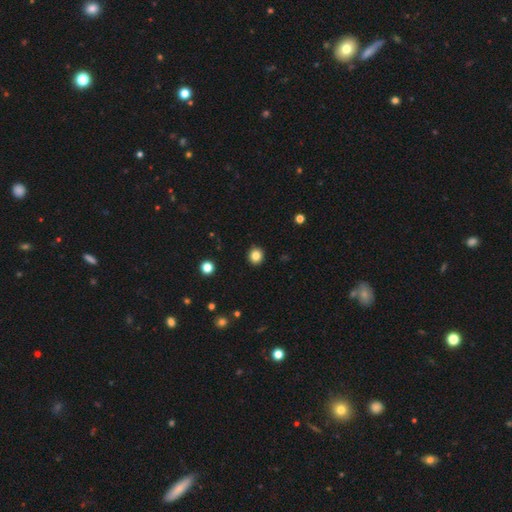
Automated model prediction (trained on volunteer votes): smooth-or-featured: smooth: 84% | star or artifact: 11% | featured or disk: 5%
  how-rounded: round: 88% | in between: 11% | cigar-shaped: 1%
  merging: none: 92% | minor disturbance: 5% | major disturbance: 2% | merger: 1%